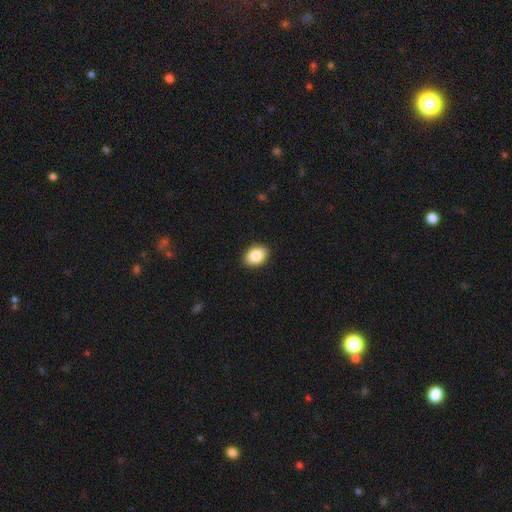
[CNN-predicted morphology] Q: Smooth or featured?
A: smooth (87%); runner-up: star or artifact (8%)
Q: How rounded?
A: in between (78%); runner-up: round (21%)
Q: Merging?
A: none (90%); runner-up: minor disturbance (7%)